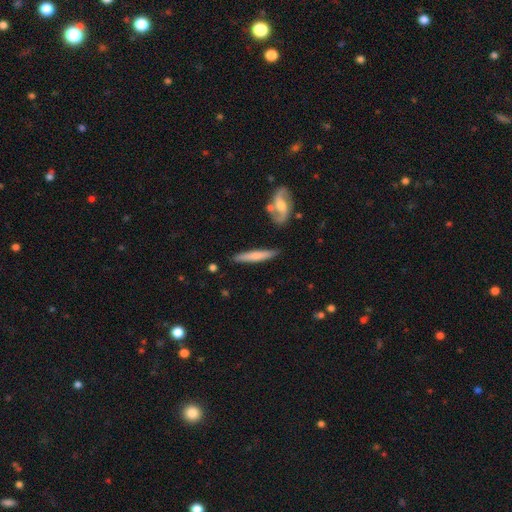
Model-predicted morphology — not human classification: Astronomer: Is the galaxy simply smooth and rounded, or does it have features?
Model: smooth — 60% (runner-up: featured or disk, 35%).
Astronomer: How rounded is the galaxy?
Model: cigar-shaped — 91%.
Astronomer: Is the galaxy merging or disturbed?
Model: none — 84%.